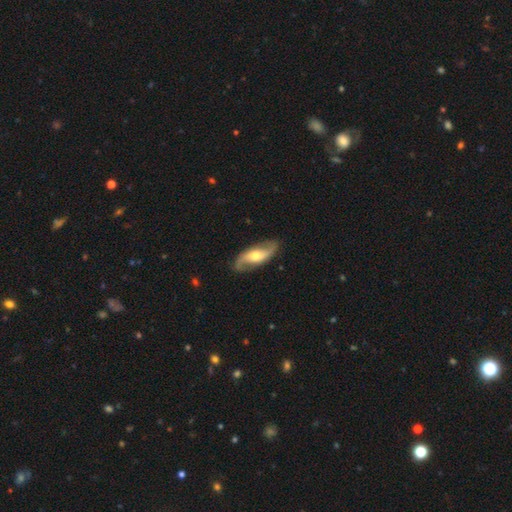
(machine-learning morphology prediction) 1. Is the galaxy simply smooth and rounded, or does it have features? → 82% featured or disk, 13% smooth, 5% star or artifact.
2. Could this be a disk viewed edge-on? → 92% no, 8% yes.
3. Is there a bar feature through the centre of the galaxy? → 47% no, 37% weak, 17% strong.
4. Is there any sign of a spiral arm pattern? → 94% yes, 6% no.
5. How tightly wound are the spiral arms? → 64% loose, 27% medium, 8% tight.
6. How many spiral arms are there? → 93% 2, 3% can't tell, 2% 1, 1% 3, 1% 4, 1% more than 4.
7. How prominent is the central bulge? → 65% moderate, 25% small, 8% large, 2% none, 1% dominant.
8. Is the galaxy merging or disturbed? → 84% none, 11% minor disturbance, 3% major disturbance, 1% merger.